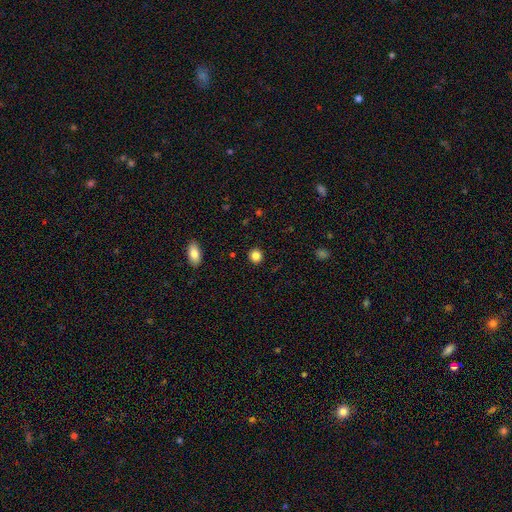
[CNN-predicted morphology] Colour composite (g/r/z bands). It shows a smooth galaxy with no disk features (85%) that is round (88%). Merging: none (91%).